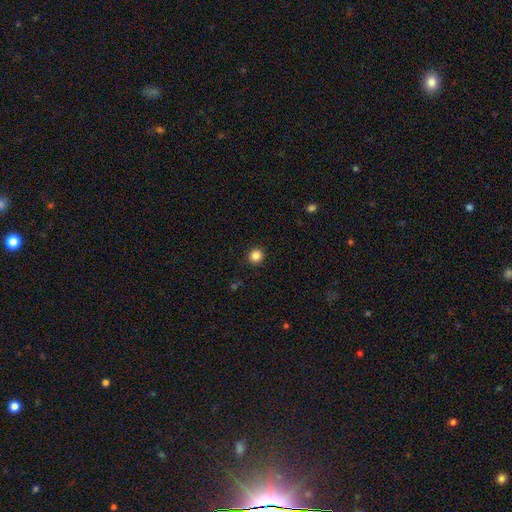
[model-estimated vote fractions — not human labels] Smooth or featured? Predicted: smooth (p=0.85). How rounded? Predicted: round (p=0.94). Merging? Predicted: none (p=0.92).